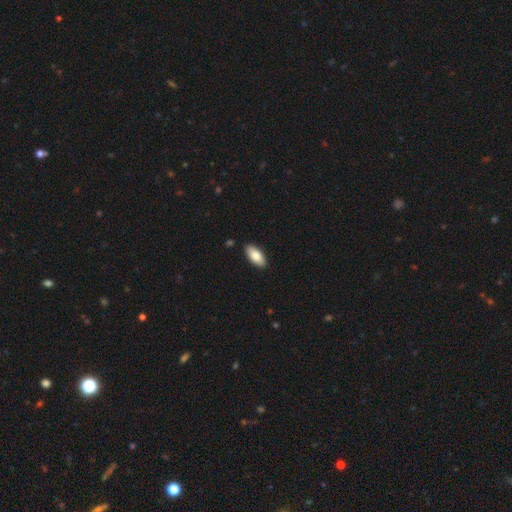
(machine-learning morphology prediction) Overall: smooth (82%). How rounded: in between (89%). Merging: none (89%).